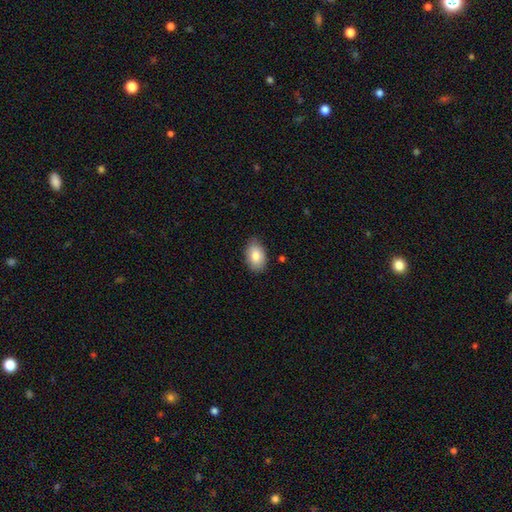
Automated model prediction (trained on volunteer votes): Overall: smooth (83%). How rounded: in between (90%). Merging: none (82%).